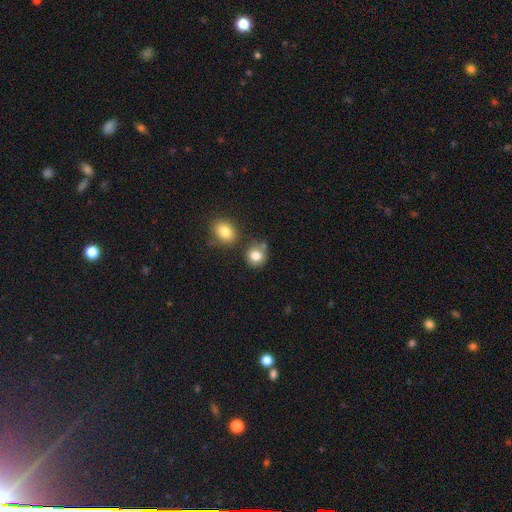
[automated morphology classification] Q: Smooth or featured?
A: smooth (82%); runner-up: star or artifact (10%)
Q: How rounded?
A: round (79%); runner-up: in between (20%)
Q: Merging?
A: none (67%); runner-up: merger (15%)